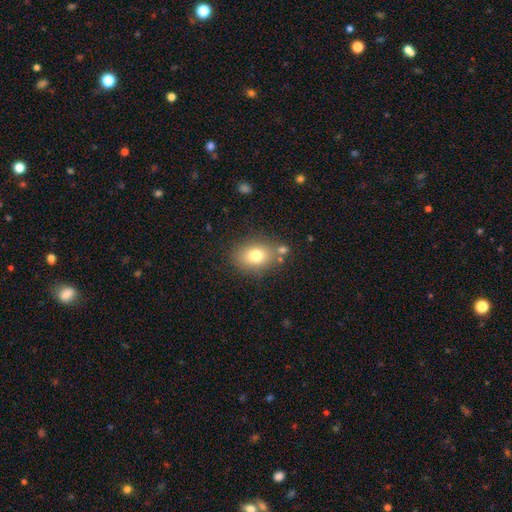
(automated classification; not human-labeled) smooth-or-featured: smooth: 75% | featured or disk: 13% | star or artifact: 12%
  how-rounded: in between: 59% | round: 40% | cigar-shaped: 1%
  merging: none: 74% | minor disturbance: 13% | merger: 8% | major disturbance: 5%